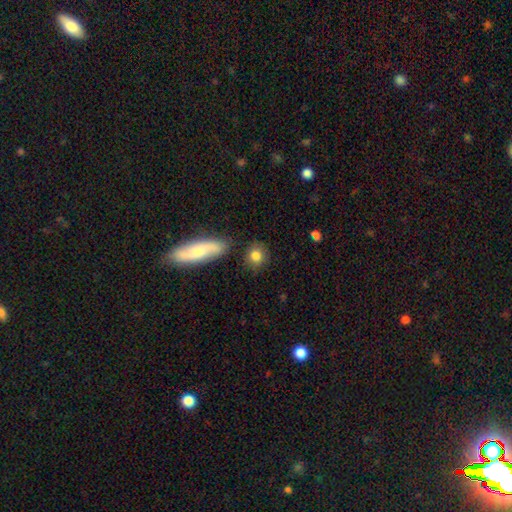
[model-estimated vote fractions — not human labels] Morphology: type=smooth (83%); roundness=round (74%); merging=none (77%).